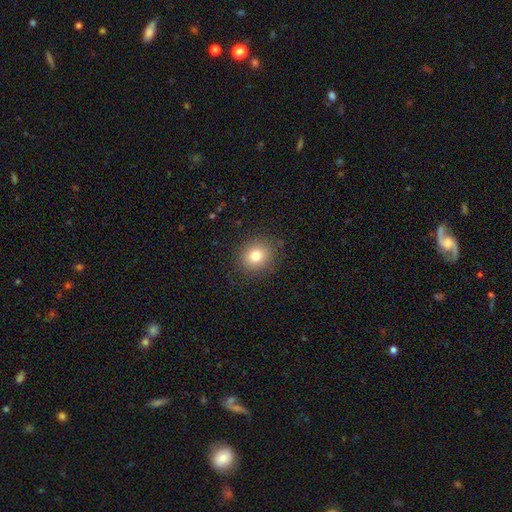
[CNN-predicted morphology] Overall: smooth (79%). How rounded: round (76%). Merging: none (86%).